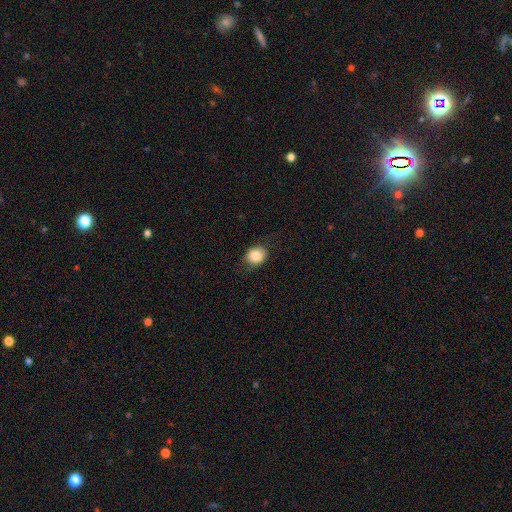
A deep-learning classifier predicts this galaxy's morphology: Smooth or featured: smooth — 84% (star or artifact — 9%)
How rounded: round — 63% (in between — 36%)
Merging: none — 76% (minor disturbance — 18%)